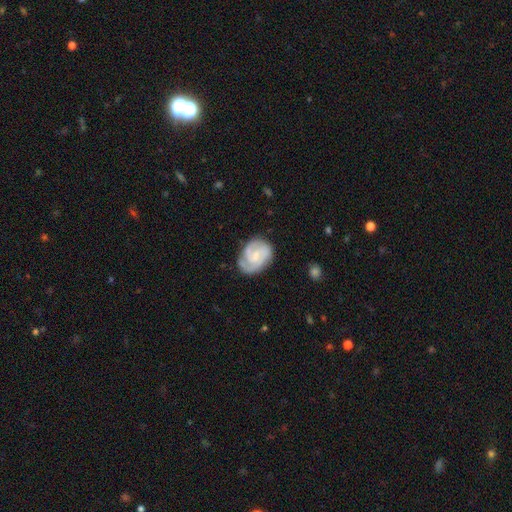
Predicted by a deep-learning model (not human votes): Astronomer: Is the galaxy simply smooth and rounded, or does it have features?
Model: featured or disk — 73%.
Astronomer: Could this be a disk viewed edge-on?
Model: no — 98%.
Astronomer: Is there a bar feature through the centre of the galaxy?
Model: no — 53% (runner-up: weak, 40%).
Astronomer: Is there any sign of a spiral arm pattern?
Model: yes — 93%.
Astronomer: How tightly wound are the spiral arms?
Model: tight — 51% (runner-up: medium, 38%).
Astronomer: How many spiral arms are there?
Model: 2 — 40% (runner-up: 3, 25%).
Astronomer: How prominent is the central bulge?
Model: small — 53%.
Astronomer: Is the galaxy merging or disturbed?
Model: none — 68%.